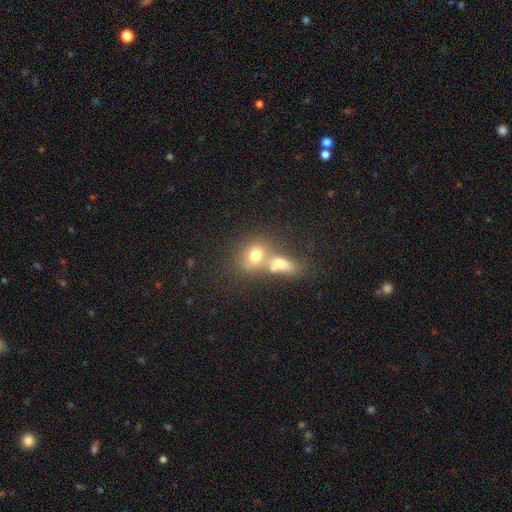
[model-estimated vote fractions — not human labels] A smooth galaxy with no disk features (69%) that is in between round and cigar-shaped (51%).

Vote fractions:
- Smooth or featured? smooth: 69% / featured or disk: 19% / star or artifact: 12%
- How rounded? in between: 51% / round: 46% / cigar-shaped: 3%
- Merging? merger: 59% / none: 28% / minor disturbance: 8% / major disturbance: 5%